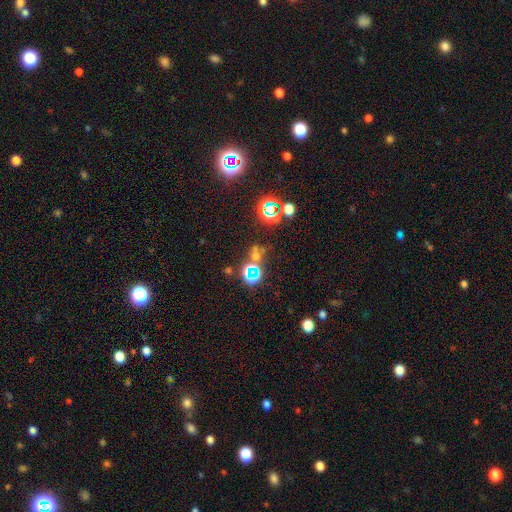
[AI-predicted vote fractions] Overall: star or artifact (61%; smooth 28%).